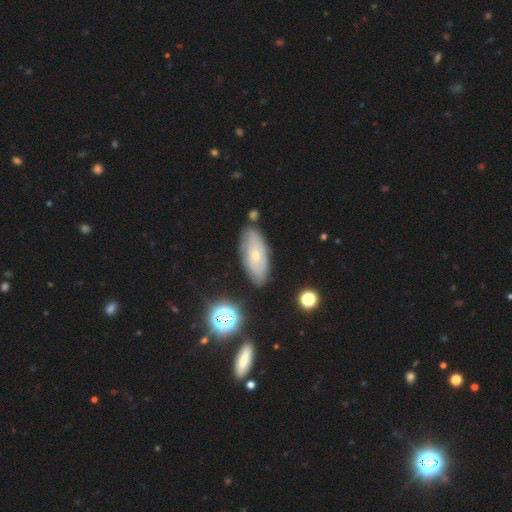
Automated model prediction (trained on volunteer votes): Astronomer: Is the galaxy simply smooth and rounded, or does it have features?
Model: smooth — 48% (runner-up: featured or disk, 42%).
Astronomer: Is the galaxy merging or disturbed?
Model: none — 77%.